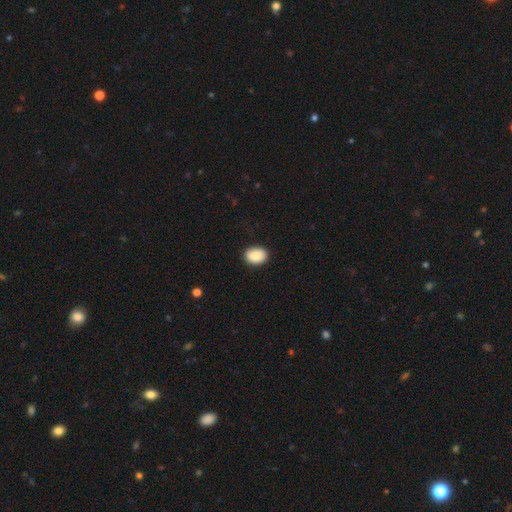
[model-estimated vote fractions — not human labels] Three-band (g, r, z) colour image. It shows a smooth galaxy with no disk features (89%) that is in between round and cigar-shaped (73%). Merging: none (88%).